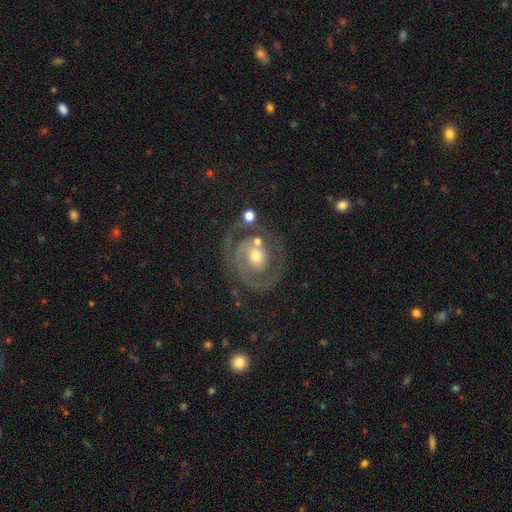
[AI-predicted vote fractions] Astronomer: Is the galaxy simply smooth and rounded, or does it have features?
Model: featured or disk — 79%.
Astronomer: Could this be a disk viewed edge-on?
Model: no — 97%.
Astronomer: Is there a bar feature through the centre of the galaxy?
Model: no — 75%.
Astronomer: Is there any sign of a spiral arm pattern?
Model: yes — 80%.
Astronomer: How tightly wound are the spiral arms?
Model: tight — 61%.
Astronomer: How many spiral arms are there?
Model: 2 — 48% (runner-up: 1, 23%).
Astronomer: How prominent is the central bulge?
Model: moderate — 58%.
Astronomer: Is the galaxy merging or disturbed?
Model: none — 61%.